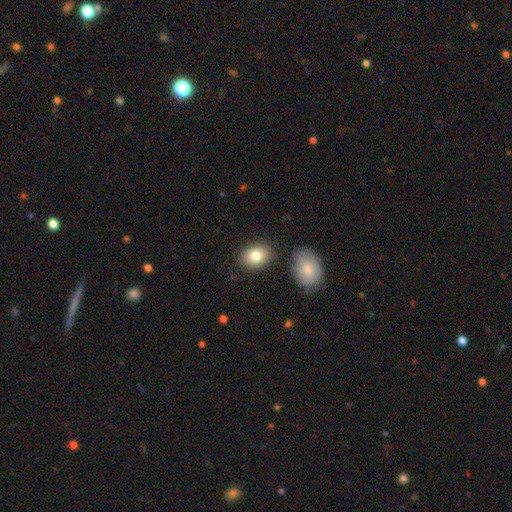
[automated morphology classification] smooth 80%, featured or disk 12%, star or artifact 8%. Down the decision tree: how rounded — in between (66%); merging — none (80%).